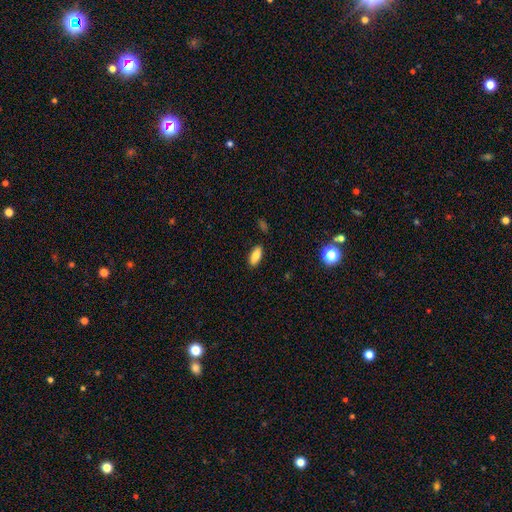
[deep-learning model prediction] Smooth or featured: smooth — 83% (featured or disk — 9%)
How rounded: in between — 83% (cigar-shaped — 15%)
Merging: none — 86% (minor disturbance — 10%)